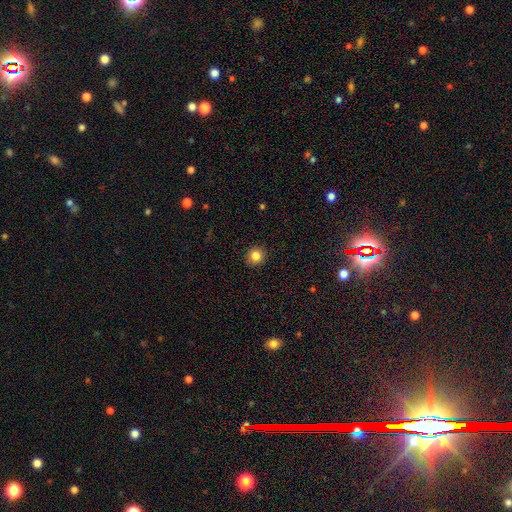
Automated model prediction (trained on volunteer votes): Smooth or featured: smooth — 84% (star or artifact — 11%)
How rounded: round — 89% (in between — 10%)
Merging: none — 91% (minor disturbance — 6%)